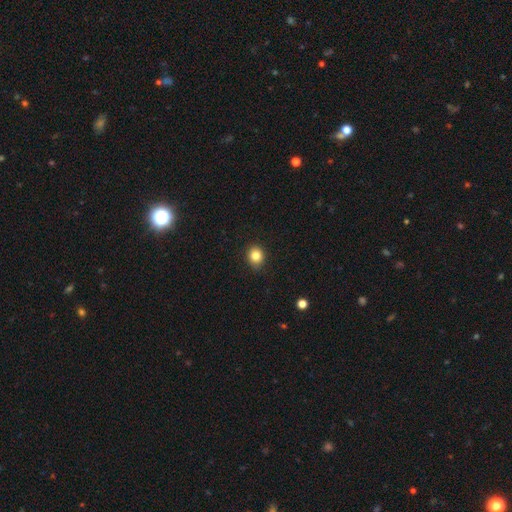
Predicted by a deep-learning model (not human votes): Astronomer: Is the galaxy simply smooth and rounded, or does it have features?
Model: smooth — 83%.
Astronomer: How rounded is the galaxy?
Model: round — 69%.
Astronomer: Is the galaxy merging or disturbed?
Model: none — 88%.